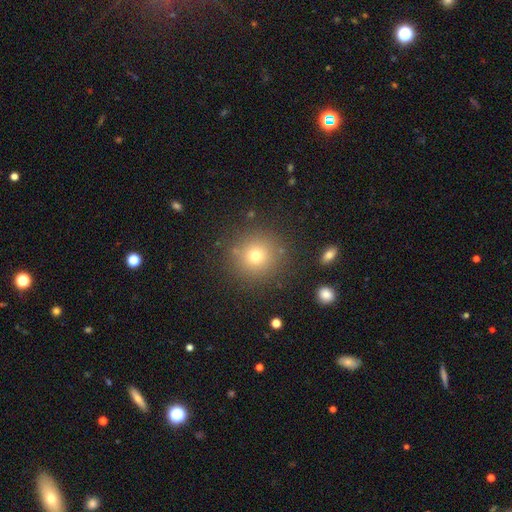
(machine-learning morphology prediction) This is likely a smooth galaxy (72%). How rounded: clearly round (94%). Merging: clearly none (87%).